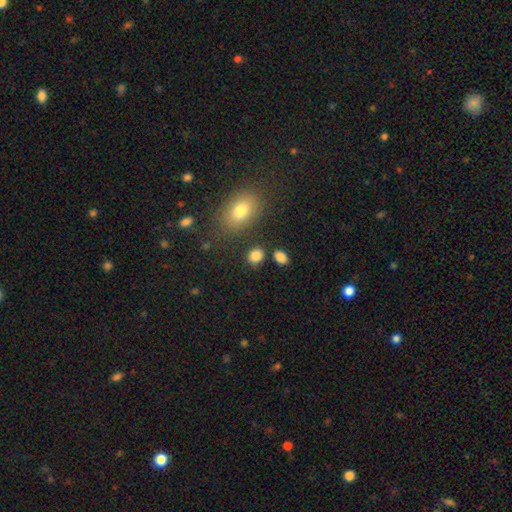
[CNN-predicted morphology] smooth-or-featured: smooth: 85% | star or artifact: 10% | featured or disk: 5%
  how-rounded: in between: 49% (tied) | round: 49% (tied) | cigar-shaped: 1%
  merging: none: 79% | minor disturbance: 10% | merger: 7% | major disturbance: 4%